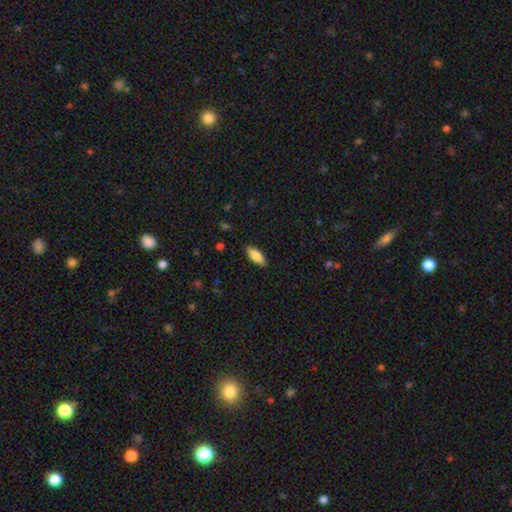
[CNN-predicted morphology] This is clearly a smooth galaxy (82%). How rounded: likely in between (74%). Merging: clearly none (88%).